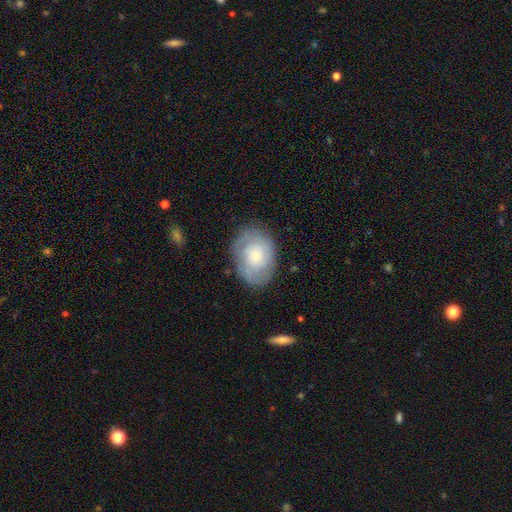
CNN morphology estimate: Smooth or featured? featured or disk (57%)
Edge-on disk? no (97%)
Bar? no (81%)
Spiral arms? yes (80%)
Bulge size? small (65%)
Merging? none (76%)